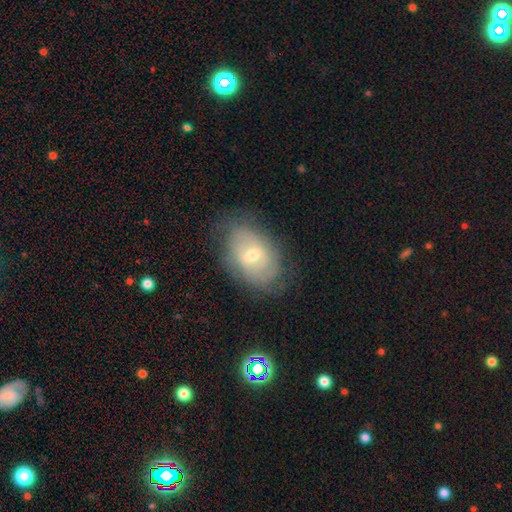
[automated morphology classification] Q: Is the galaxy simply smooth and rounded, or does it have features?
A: featured or disk — 62%.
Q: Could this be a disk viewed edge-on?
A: no — 93%.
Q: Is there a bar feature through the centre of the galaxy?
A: weak — 49%.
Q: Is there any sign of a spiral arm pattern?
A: yes — 72%.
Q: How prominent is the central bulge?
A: moderate — 52%.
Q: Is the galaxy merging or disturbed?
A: none — 73%.